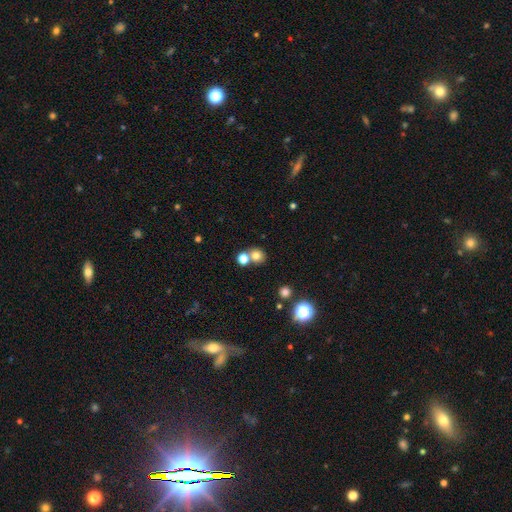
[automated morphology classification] This is likely a smooth galaxy (76%). How rounded: clearly round (83%). Merging: possibly none (56%).